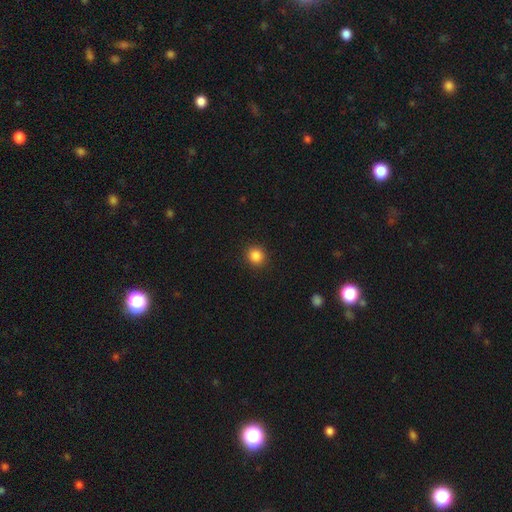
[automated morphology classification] Smooth or featured: smooth — 86% (star or artifact — 11%)
How rounded: round — 86% (in between — 14%)
Merging: none — 91% (minor disturbance — 6%)